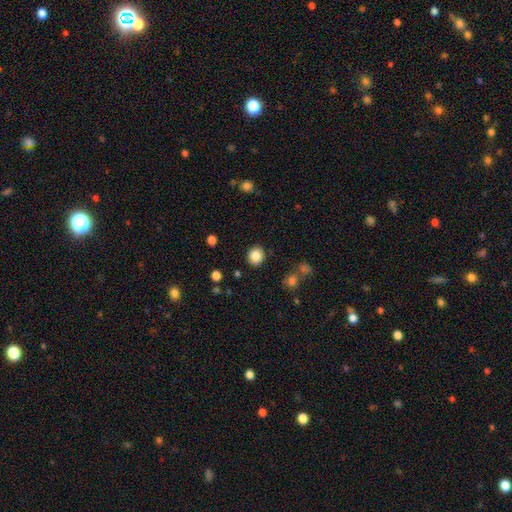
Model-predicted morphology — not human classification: This is clearly a smooth galaxy (85%). How rounded: clearly round (88%). Merging: clearly none (90%).